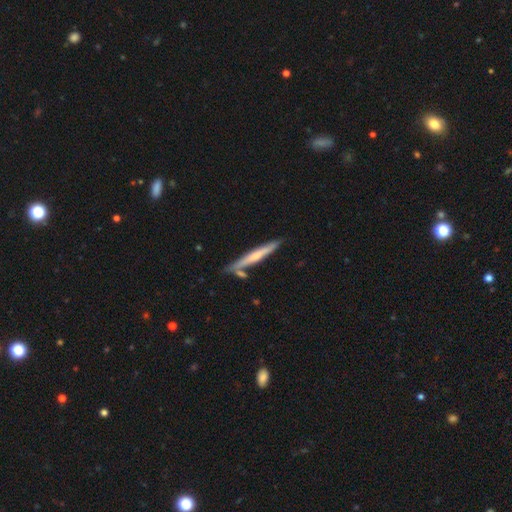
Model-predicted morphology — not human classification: The model was most divided on "smooth or featured": featured or disk: 49%, smooth: 46%, star or artifact: 5%. More confident: merging — none (76%).